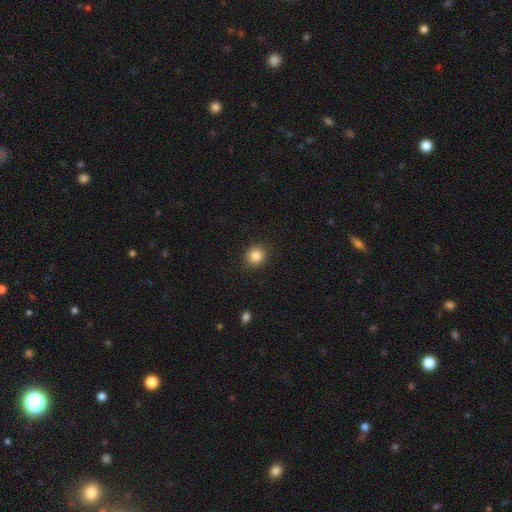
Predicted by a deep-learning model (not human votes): This is clearly a smooth galaxy (86%). How rounded: clearly round (84%). Merging: clearly none (90%).